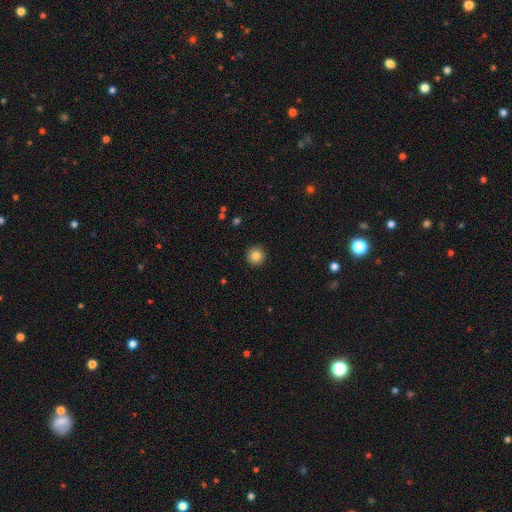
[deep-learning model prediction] A smooth galaxy with no disk features (83%) that is round (96%). Merging: none (93%).